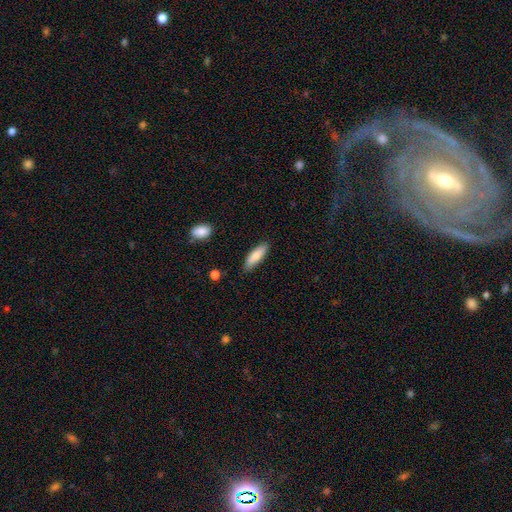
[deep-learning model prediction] A smooth galaxy with no disk features (82%) that is cigar-shaped (53%).

Vote fractions:
- Smooth or featured? smooth: 82% / featured or disk: 12% / star or artifact: 6%
- How rounded? cigar-shaped: 53% / in between: 45% / round: 2%
- Merging? none: 84% / minor disturbance: 12% / major disturbance: 2% / merger: 1%